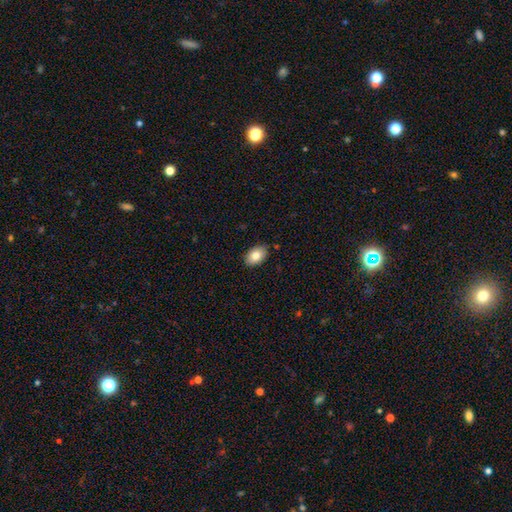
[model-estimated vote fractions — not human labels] A smooth galaxy with no disk features (81%) that is in between round and cigar-shaped (88%). Merging: none (86%).